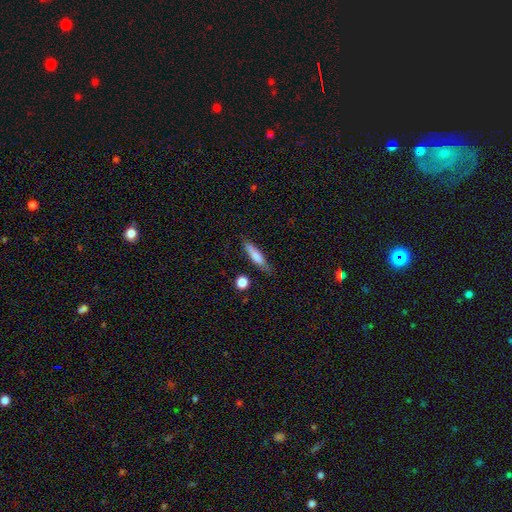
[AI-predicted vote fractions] Overall: smooth (72%). How rounded: cigar-shaped (81%). Merging: none (72%).